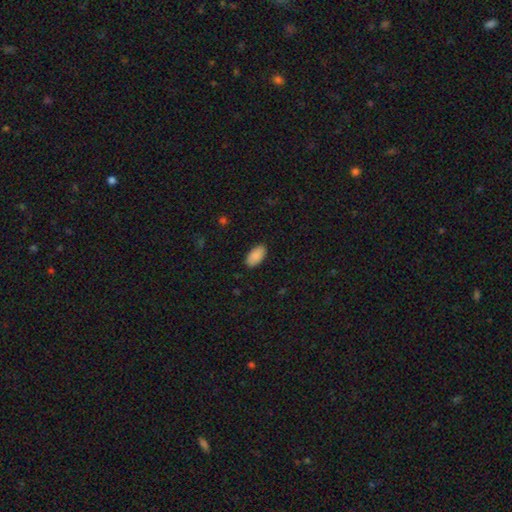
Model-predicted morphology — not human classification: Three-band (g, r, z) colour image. It shows a smooth galaxy with no disk features (90%) that is in between round and cigar-shaped (95%). Merging: none (88%).